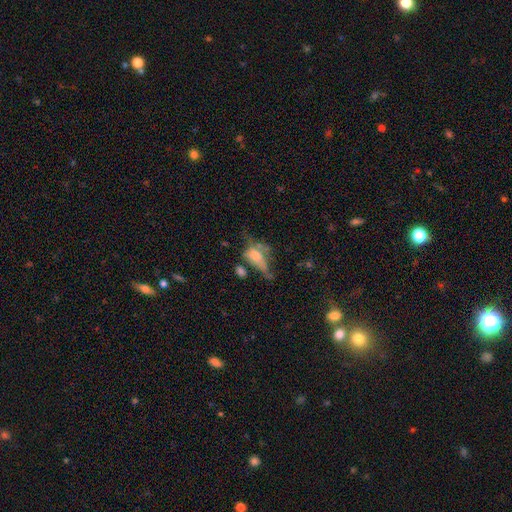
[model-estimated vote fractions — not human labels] smooth_or_featured: smooth (p=0.54) [alt: featured or disk p=0.34]
how_rounded: in between (p=0.75) [alt: cigar-shaped p=0.16]
merging: major disturbance (p=0.34) [alt: none p=0.26]